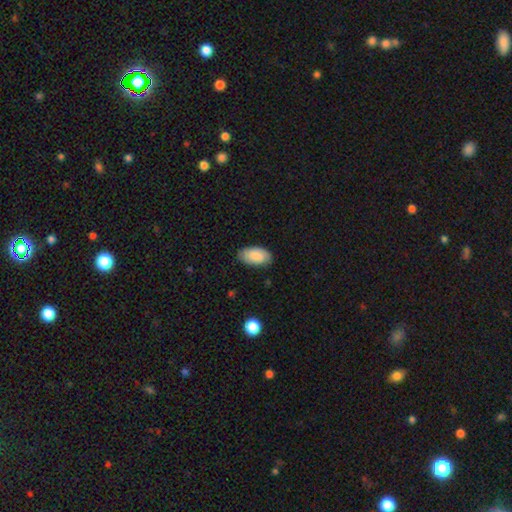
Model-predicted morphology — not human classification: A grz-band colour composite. It shows a smooth galaxy with no disk features (81%) that is in between round and cigar-shaped (95%). Merging: none (81%).